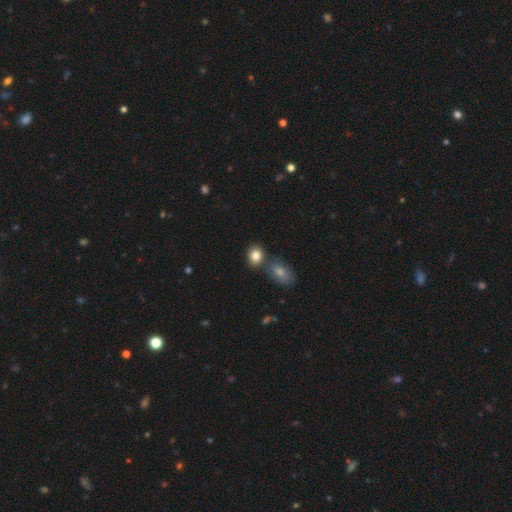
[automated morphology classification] Smooth or featured? smooth (85%)
How rounded? in between (59%)
Merging? none (62%)